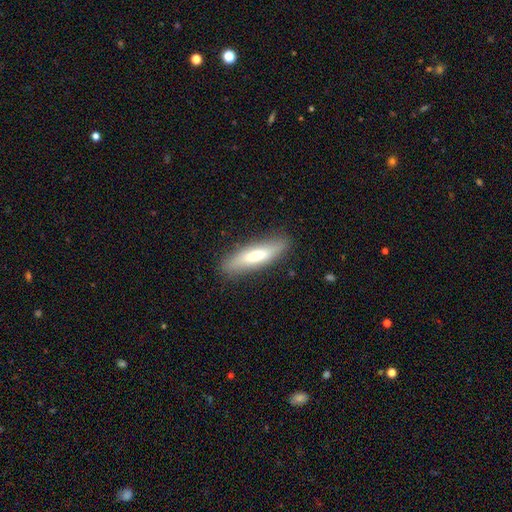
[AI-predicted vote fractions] Smooth or featured: smooth — 62% (featured or disk — 31%)
How rounded: cigar-shaped — 67% (in between — 31%)
Merging: none — 86% (minor disturbance — 10%)